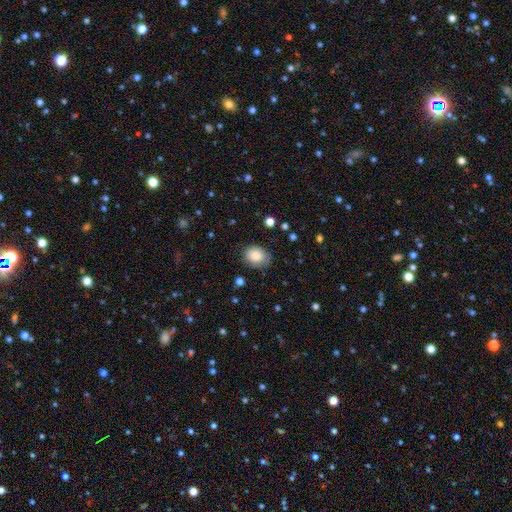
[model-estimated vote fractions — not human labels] Smooth or featured? Predicted: smooth (p=0.78). How rounded? Predicted: round (p=0.53). Merging? Predicted: none (p=0.74).